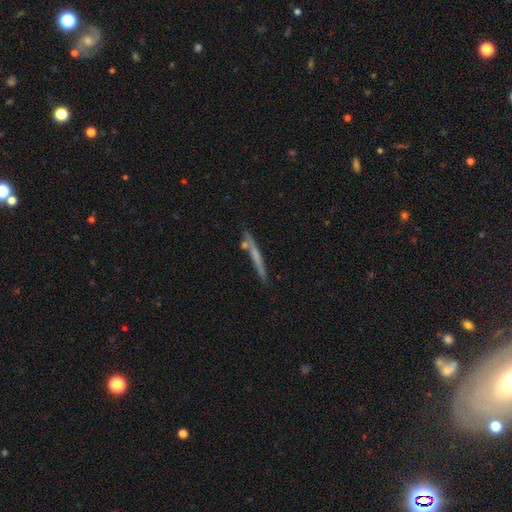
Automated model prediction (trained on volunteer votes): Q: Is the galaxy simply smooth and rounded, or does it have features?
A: smooth — 50%.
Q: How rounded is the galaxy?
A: cigar-shaped — 96%.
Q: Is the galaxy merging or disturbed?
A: none — 81%.